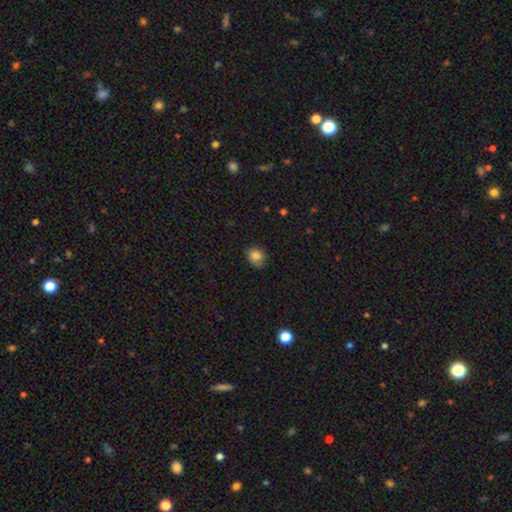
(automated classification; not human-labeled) A smooth galaxy with no disk features (84%) that is in between round and cigar-shaped (50%).

Vote fractions:
- Smooth or featured? smooth: 84% / star or artifact: 10% / featured or disk: 7%
- How rounded? in between: 50% / round: 49% / cigar-shaped: 1%
- Merging? none: 67% / minor disturbance: 26% / major disturbance: 6% / merger: 1%